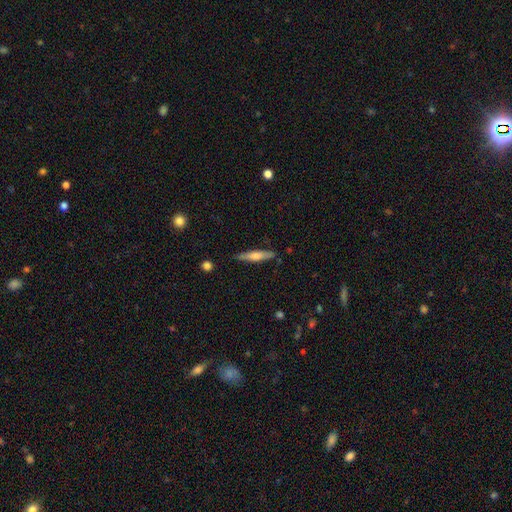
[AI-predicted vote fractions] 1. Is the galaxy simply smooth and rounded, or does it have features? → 50% featured or disk, 44% smooth, 6% star or artifact.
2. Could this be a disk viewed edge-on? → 94% yes, 6% no.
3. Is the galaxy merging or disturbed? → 87% none, 9% minor disturbance, 2% major disturbance, 1% merger.